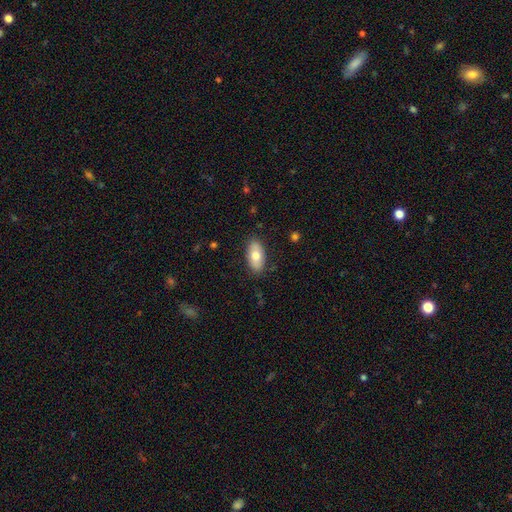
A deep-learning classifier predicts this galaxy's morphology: Overall: smooth (74%). How rounded: in between (92%). Merging: none (86%).